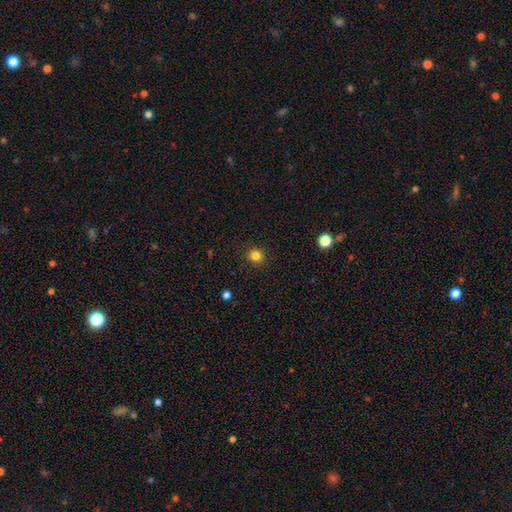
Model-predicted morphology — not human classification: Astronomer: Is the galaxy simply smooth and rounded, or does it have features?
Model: smooth — 83%.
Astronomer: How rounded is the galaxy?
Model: round — 91%.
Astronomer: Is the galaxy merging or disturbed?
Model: none — 91%.